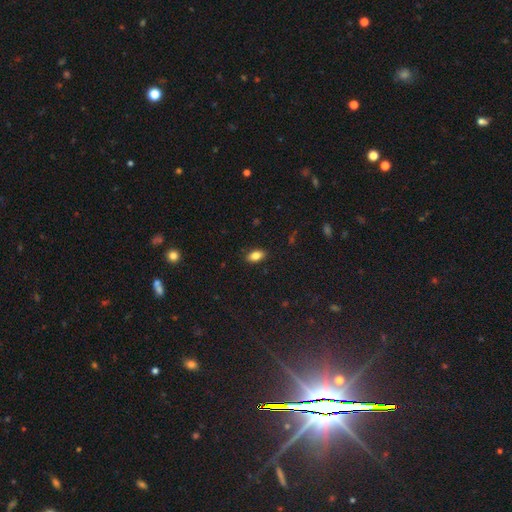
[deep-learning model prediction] The model was most divided on "smooth or featured": smooth: 82%, star or artifact: 9%, featured or disk: 9%. More confident: how rounded — in between (89%); merging — none (88%).